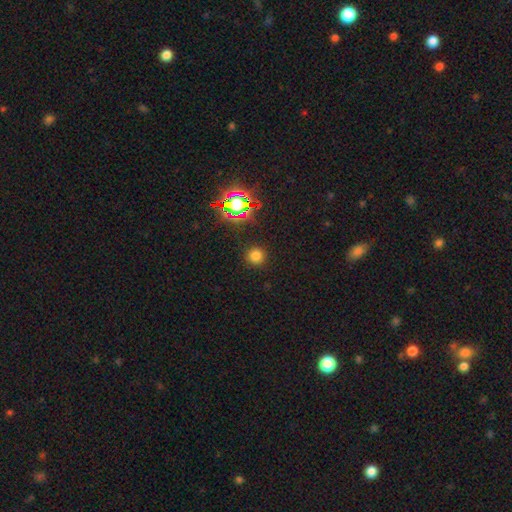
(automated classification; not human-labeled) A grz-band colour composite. It shows a smooth galaxy with no disk features (73%) that is round (94%). Merging: none (90%).